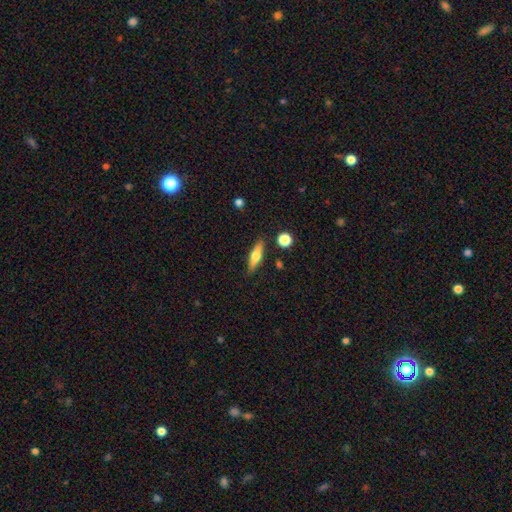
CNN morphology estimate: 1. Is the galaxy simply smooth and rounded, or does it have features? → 51% smooth, 41% featured or disk, 7% star or artifact.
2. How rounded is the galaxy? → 62% cigar-shaped, 34% in between, 4% round.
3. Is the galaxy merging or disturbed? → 84% none, 10% minor disturbance, 3% merger, 2% major disturbance.